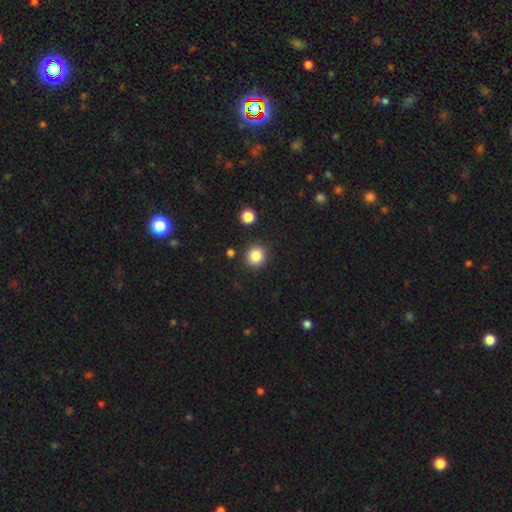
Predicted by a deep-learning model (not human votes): This appears to be a smooth galaxy with no disk features (85%) that is round (91%). Merging: none (89%).